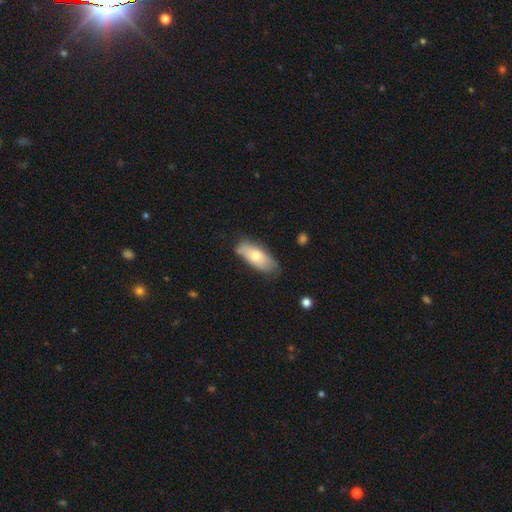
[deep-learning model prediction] Morphology: type=smooth (64%); roundness=in between (80%); merging=none (66%).